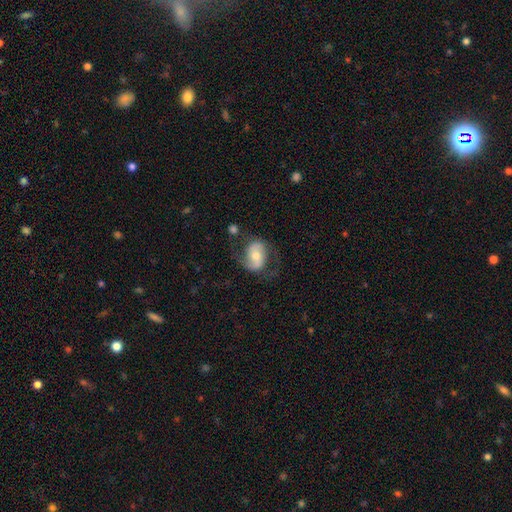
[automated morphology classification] Smooth or featured: featured or disk — 64% (smooth — 29%)
Edge-on disk: no — 97% (yes — 3%)
Bar: no — 44% (weak — 35%)
Spiral arms: yes — 87% (no — 13%)
Spiral winding: medium — 42% (tied with loose — 42%)
Spiral arm count: 2 — 86% (can't tell — 6%)
Bulge size: moderate — 61% (small — 30%)
Merging: none — 59% (minor disturbance — 22%)